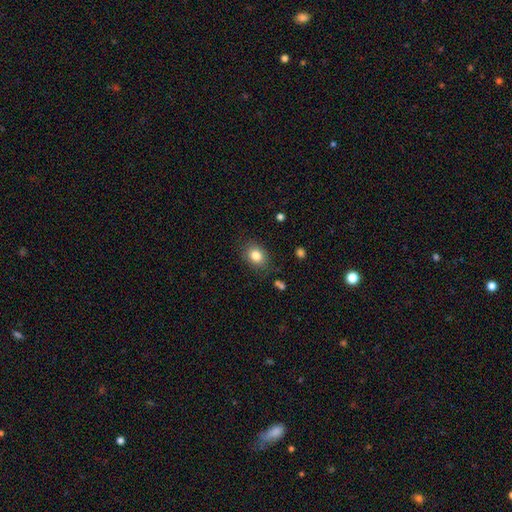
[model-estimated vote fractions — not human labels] Smooth or featured? smooth (83%)
How rounded? in between (60%)
Merging? none (82%)